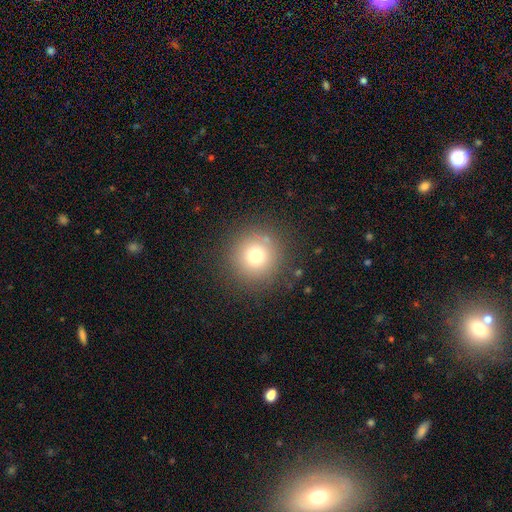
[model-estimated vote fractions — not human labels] This is likely a smooth galaxy (73%). How rounded: clearly round (95%). Merging: clearly none (86%).